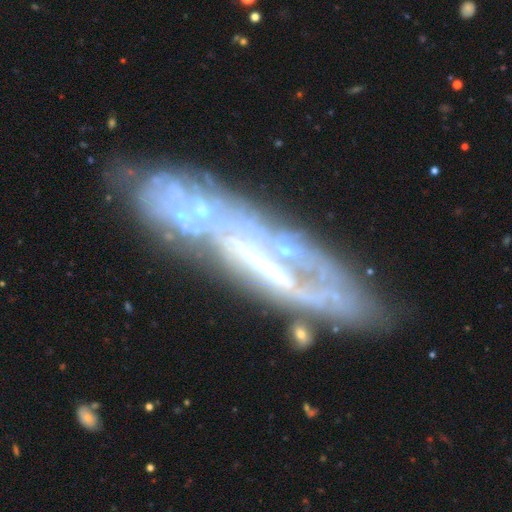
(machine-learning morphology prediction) This is likely a featured or disk galaxy (74%). It is possibly not viewed edge-on (55%). Merging: likely none (65%).